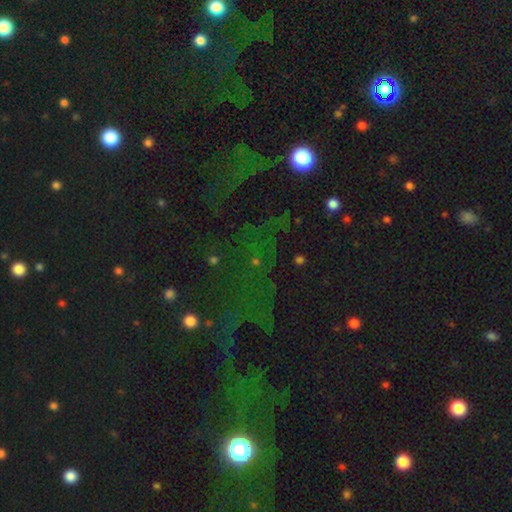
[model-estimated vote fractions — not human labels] This appears to be a star or artifact, not a galaxy (71%).